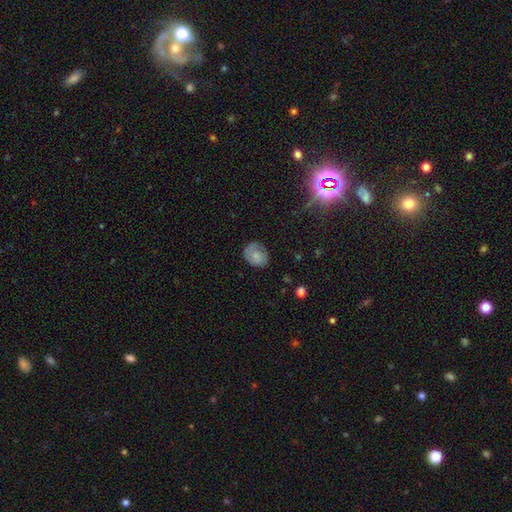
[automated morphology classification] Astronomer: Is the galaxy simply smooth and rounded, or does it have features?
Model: smooth — 71%.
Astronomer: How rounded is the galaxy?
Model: round — 54% (runner-up: in between, 45%).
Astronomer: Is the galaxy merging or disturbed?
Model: none — 72%.